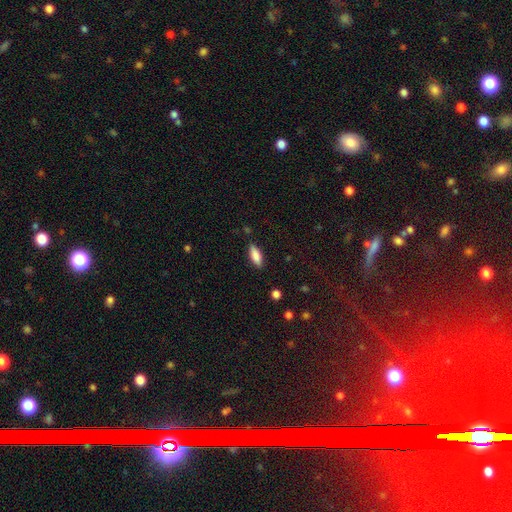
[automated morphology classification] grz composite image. It shows a smooth galaxy with no disk features (83%) that is in between round and cigar-shaped (71%). Merging: none (85%).